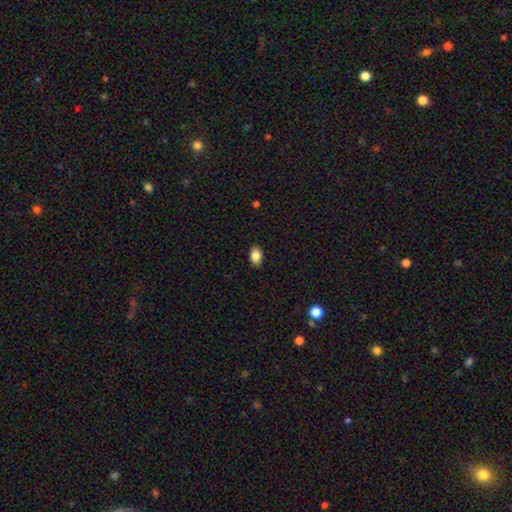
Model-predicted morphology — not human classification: Q: Smooth or featured?
A: smooth (86%); runner-up: star or artifact (9%)
Q: How rounded?
A: in between (84%); runner-up: round (15%)
Q: Merging?
A: none (89%); runner-up: minor disturbance (8%)